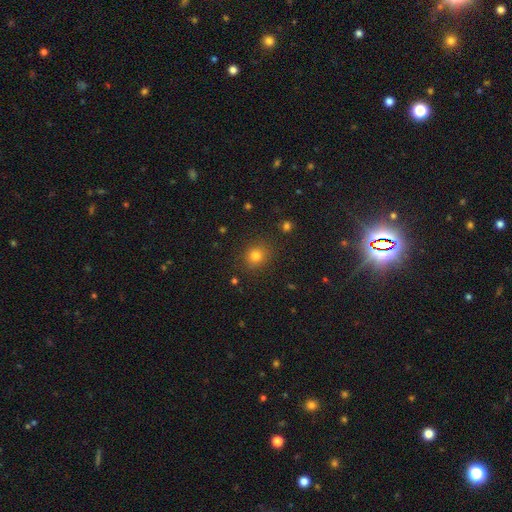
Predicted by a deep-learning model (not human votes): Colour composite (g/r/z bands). It shows a smooth galaxy with no disk features (79%) that is round (78%). Merging: none (85%).